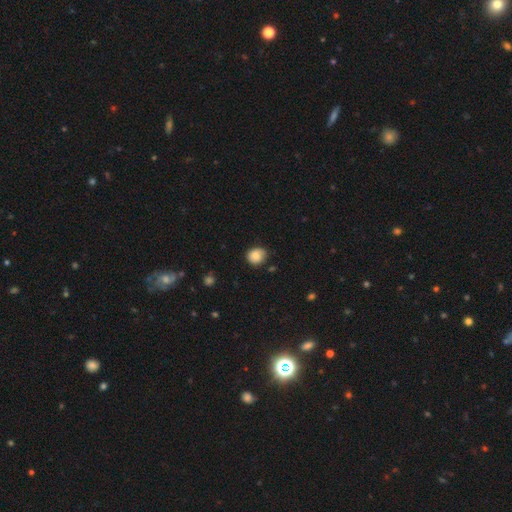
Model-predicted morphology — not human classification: Smooth or featured?
  - smooth: 81% *
  - featured or disk: 10%
  - star or artifact: 9%
How rounded?
  - round: 76% *
  - in between: 23%
  - cigar-shaped: 1%
Merging?
  - none: 78% *
  - minor disturbance: 17%
  - major disturbance: 3%
  - merger: 2%